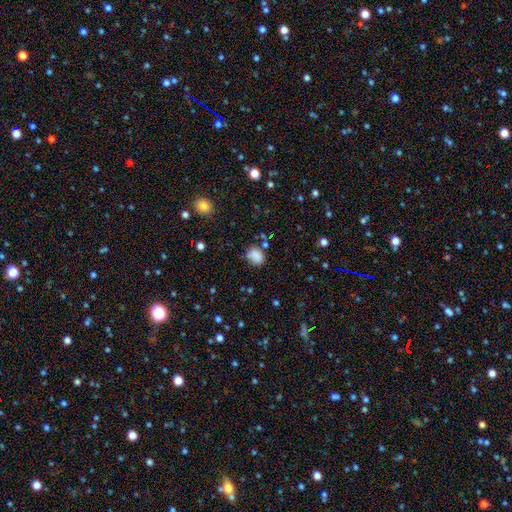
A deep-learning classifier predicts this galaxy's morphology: smooth-or-featured: smooth: 84% | star or artifact: 11% | featured or disk: 5%
  how-rounded: in between: 52% | round: 47% | cigar-shaped: 1%
  merging: none: 71% | minor disturbance: 18% | merger: 6% | major disturbance: 5%